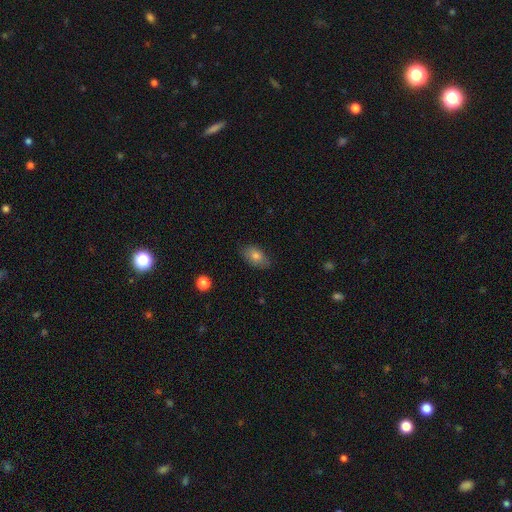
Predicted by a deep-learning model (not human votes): smooth-or-featured: smooth: 77% | featured or disk: 15% | star or artifact: 8%
  how-rounded: in between: 90% | round: 8% | cigar-shaped: 2%
  merging: none: 82% | minor disturbance: 14% | major disturbance: 3% | merger: 1%